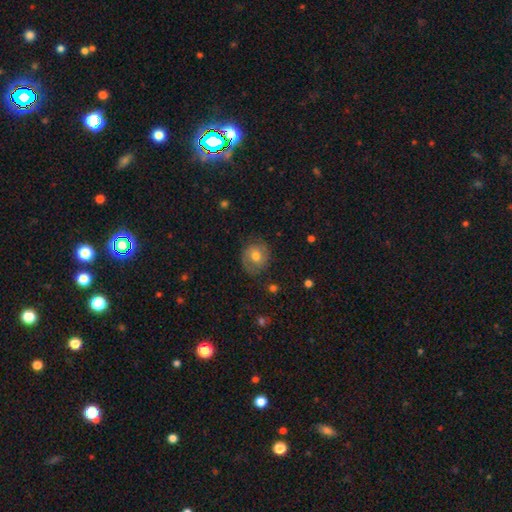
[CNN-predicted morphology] featured or disk 46%, smooth 45%, star or artifact 9%. Down the decision tree: merging — none (74%).